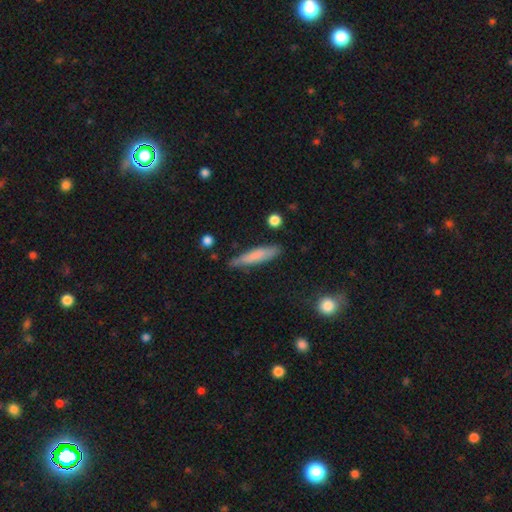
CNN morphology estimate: Smooth or featured? smooth (74%)
How rounded? cigar-shaped (86%)
Merging? none (77%)